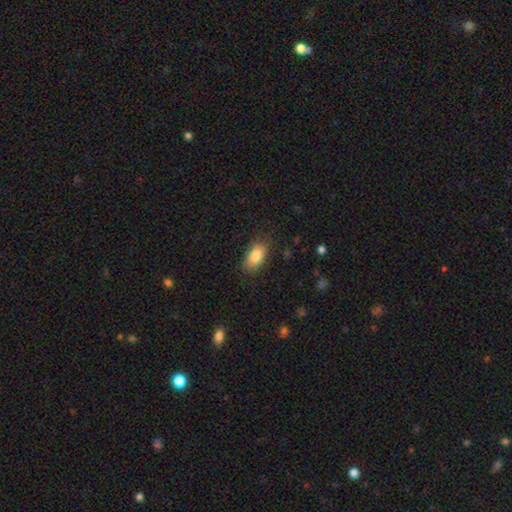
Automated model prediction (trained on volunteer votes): smooth 84%, featured or disk 8%, star or artifact 8%. Down the decision tree: how rounded — in between (91%); merging — none (81%).